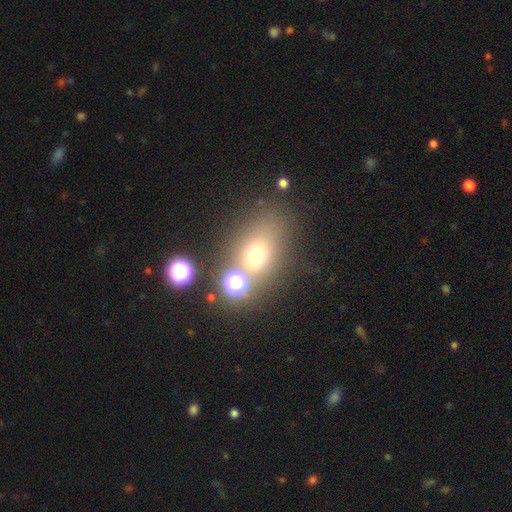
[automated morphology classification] type=smooth (63%); roundness=in between (55%); merging=none (59%).